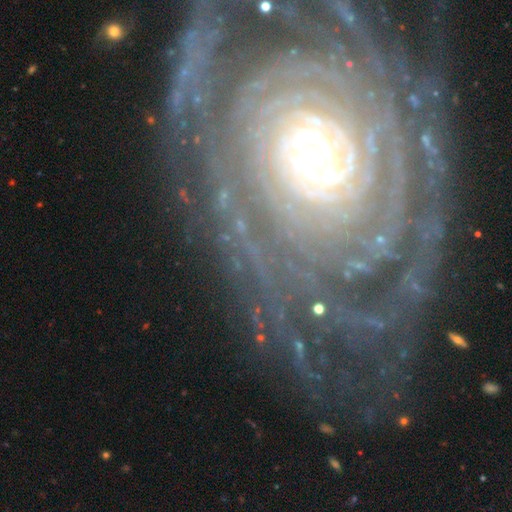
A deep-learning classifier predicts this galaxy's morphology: Smooth or featured? Predicted: featured or disk (p=0.82). Edge-on disk? Predicted: no (p=0.95). Bar? Predicted: no (p=0.48). Spiral arms? Predicted: yes (p=0.95). Spiral winding? Predicted: tight (p=0.79). Spiral arm count? Predicted: can't tell (p=0.31). Bulge size? Predicted: moderate (p=0.46). Merging? Predicted: none (p=0.72).